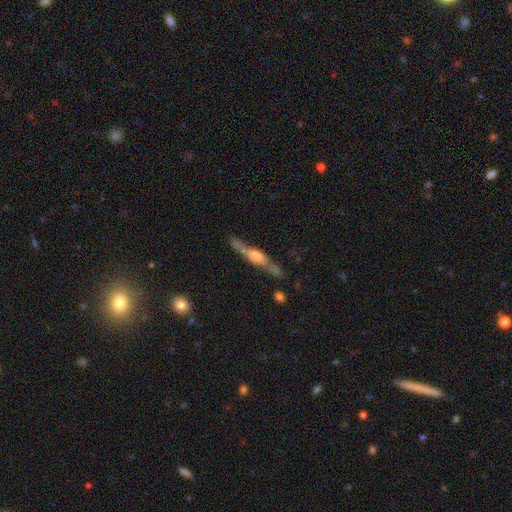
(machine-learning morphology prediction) This appears to be a featured or disk galaxy (71%) viewed edge-on (93%) with a rounded central bulge (67%). Merging: none (73%).